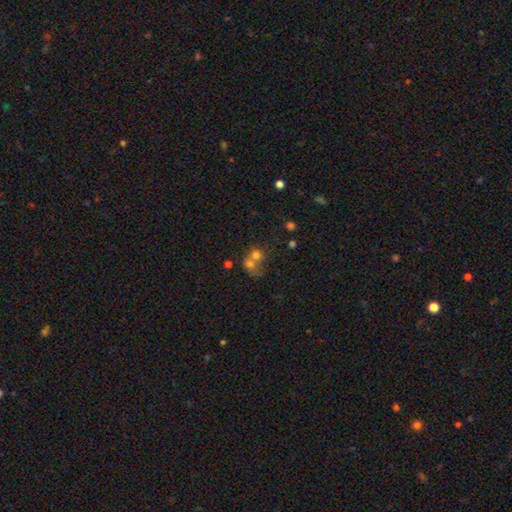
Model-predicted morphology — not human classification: The model was most divided on "how rounded": round: 71%, in between: 28%, cigar-shaped: 1%. More confident: merging — merger (67%); smooth or featured — smooth (66%).